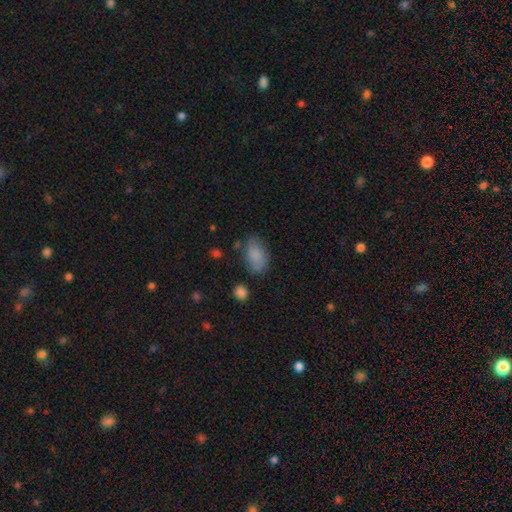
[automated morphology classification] type=smooth (85%); roundness=in between (91%); merging=none (71%).